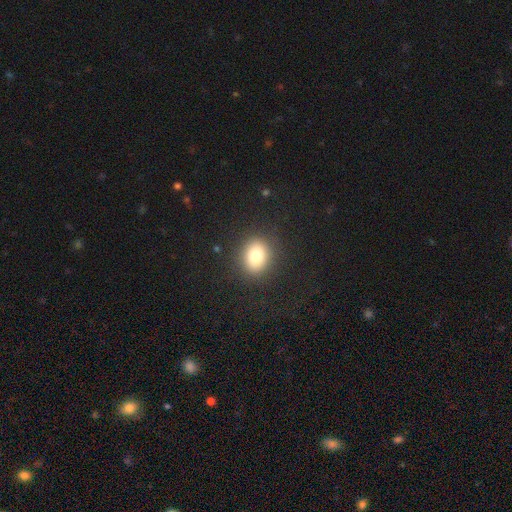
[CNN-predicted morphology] smooth 78%, star or artifact 12%, featured or disk 10%. Down the decision tree: how rounded — round (57%); merging — none (88%).